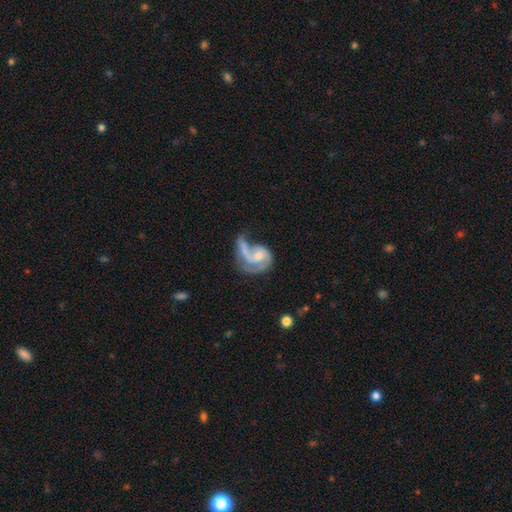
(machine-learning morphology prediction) smooth-or-featured: featured or disk: 78% | smooth: 16% | star or artifact: 6%
  disk-edge-on: no: 98% | yes: 2%
    bar: no: 56% | weak: 36% | strong: 8%
    has-spiral-arms: yes: 88% | no: 12%
      spiral-winding: loose: 42% | medium: 41% | tight: 17%
      spiral-arm-count: 2: 52% | 1: 34% | can't tell: 7% | 3: 4% | 4: 1% | more than 4: 1%
    bulge-size: small: 44% | moderate: 40% | none: 11% | large: 4% | dominant: 1%
  merging: major disturbance: 37% | none: 24% | merger: 21% | minor disturbance: 18%